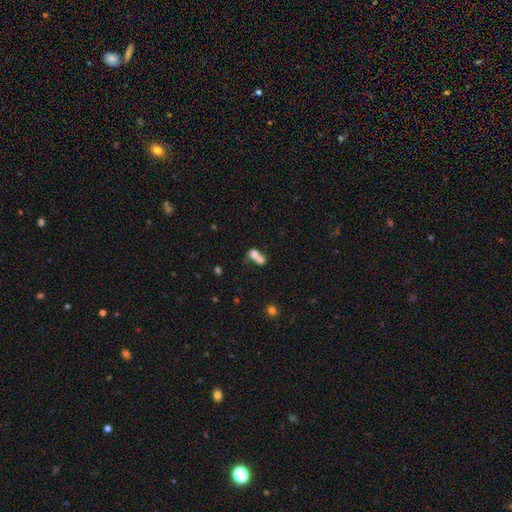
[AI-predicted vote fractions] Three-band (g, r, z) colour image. It shows a smooth galaxy with no disk features (70%) that is in between round and cigar-shaped (51%). Merging: merger (73%).